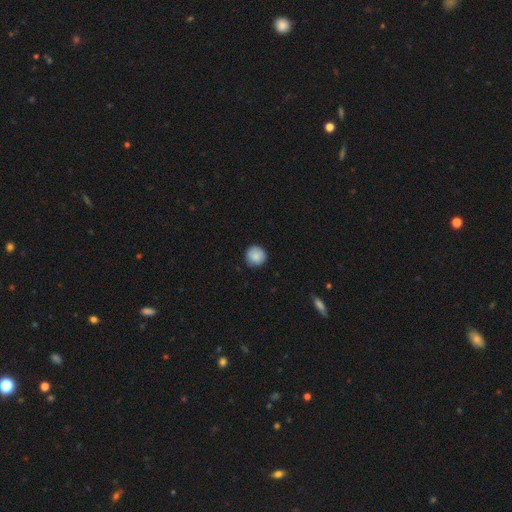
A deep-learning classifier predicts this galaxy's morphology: This is clearly a smooth galaxy (85%). How rounded: clearly round (94%). Merging: clearly none (86%).